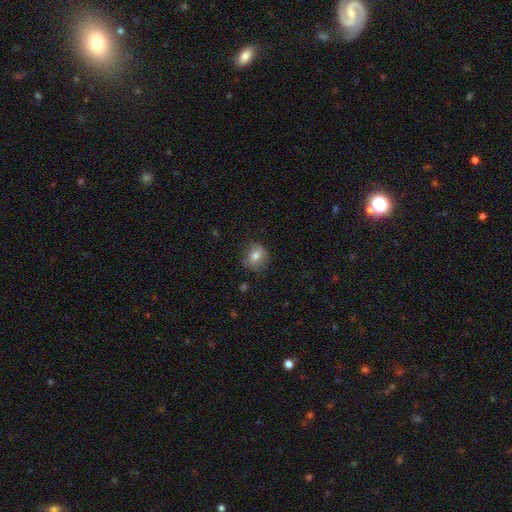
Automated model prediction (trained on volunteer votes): This appears to be a smooth galaxy with no disk features (77%) that is round (79%). Merging: none (78%).